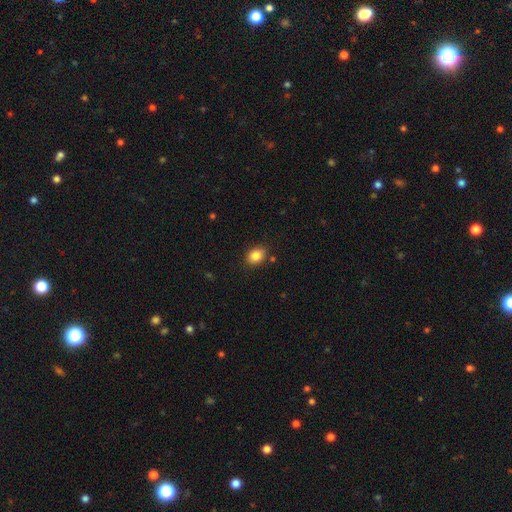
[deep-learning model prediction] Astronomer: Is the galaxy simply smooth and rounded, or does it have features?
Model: smooth — 86%.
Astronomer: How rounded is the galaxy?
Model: in between — 72%.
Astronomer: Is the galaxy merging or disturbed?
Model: none — 85%.